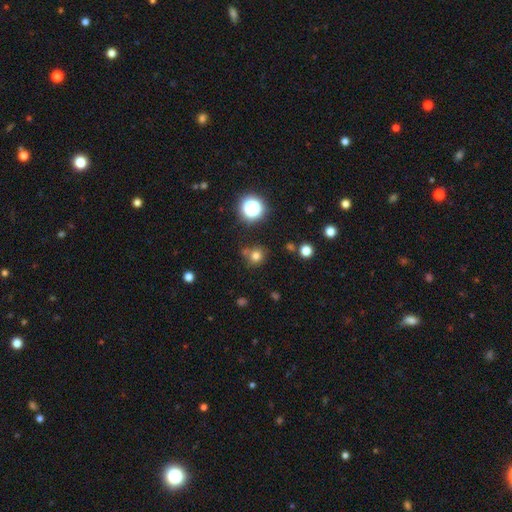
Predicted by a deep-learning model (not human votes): This appears to be a smooth galaxy with no disk features (73%) that is round (88%). Merging: none (71%).